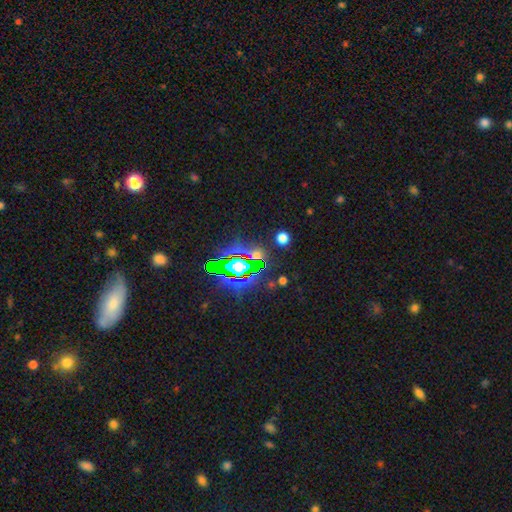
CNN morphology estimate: The model was most divided on "smooth or featured": star or artifact: 64%, smooth: 26%, featured or disk: 10%.